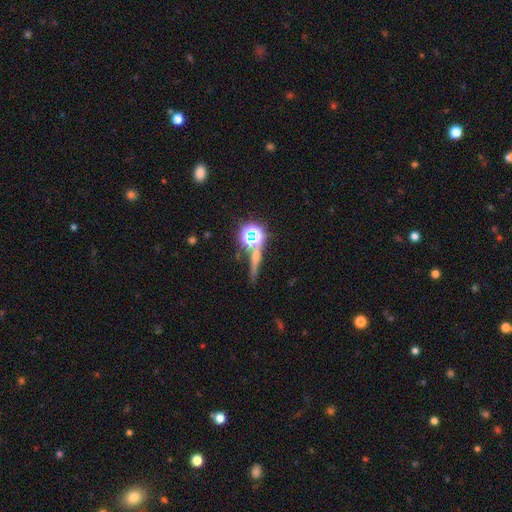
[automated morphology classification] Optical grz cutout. It shows a star or artifact, not a galaxy (38%).